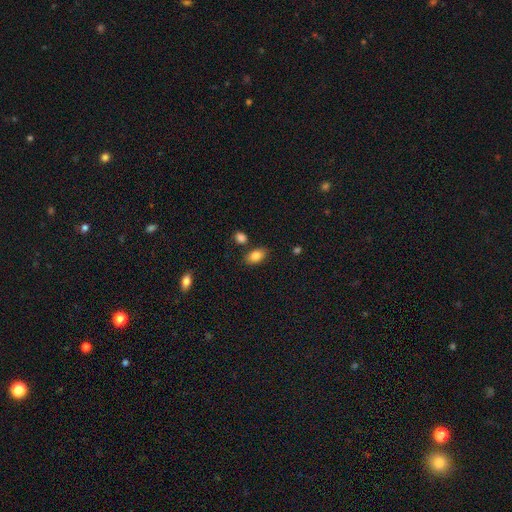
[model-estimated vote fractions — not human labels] Smooth or featured? Predicted: smooth (p=0.84). How rounded? Predicted: in between (p=0.89). Merging? Predicted: none (p=0.80).